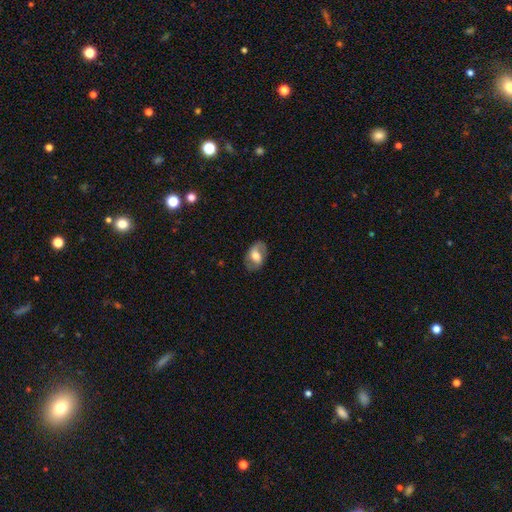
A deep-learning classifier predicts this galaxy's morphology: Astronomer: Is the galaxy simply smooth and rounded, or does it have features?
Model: featured or disk — 56% (runner-up: smooth, 37%).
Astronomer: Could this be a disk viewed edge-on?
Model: no — 95%.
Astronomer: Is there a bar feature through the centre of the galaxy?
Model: weak — 42% (runner-up: no, 36%).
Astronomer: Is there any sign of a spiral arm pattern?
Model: yes — 74%.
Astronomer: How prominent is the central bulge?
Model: moderate — 62%.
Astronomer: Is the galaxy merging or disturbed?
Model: none — 78%.